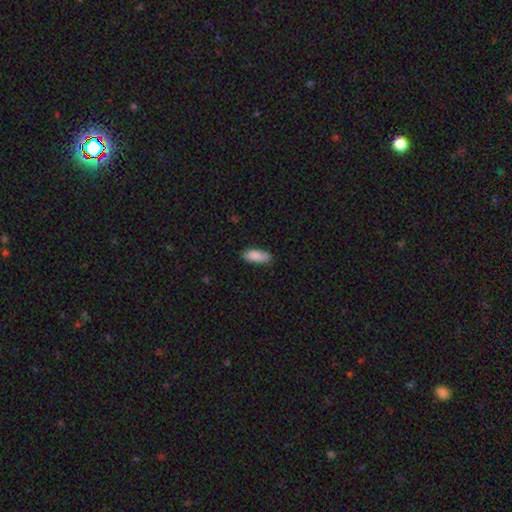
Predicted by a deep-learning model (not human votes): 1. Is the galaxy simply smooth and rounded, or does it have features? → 89% smooth, 6% star or artifact, 5% featured or disk.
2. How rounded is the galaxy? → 78% in between, 20% cigar-shaped, 2% round.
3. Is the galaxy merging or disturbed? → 81% none, 15% minor disturbance, 2% major disturbance, 1% merger.